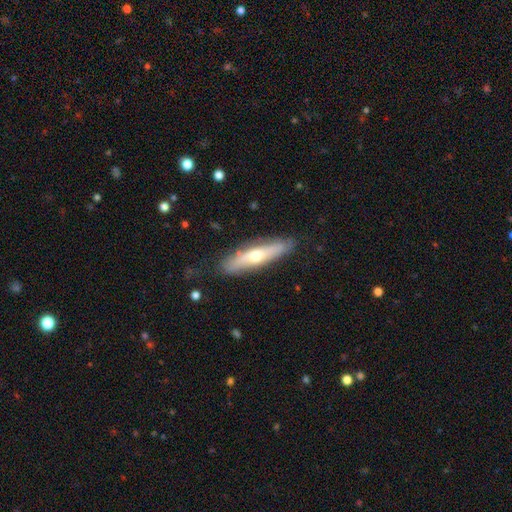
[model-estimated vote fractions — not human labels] Morphology: type=featured or disk (49%); merging=none (82%).